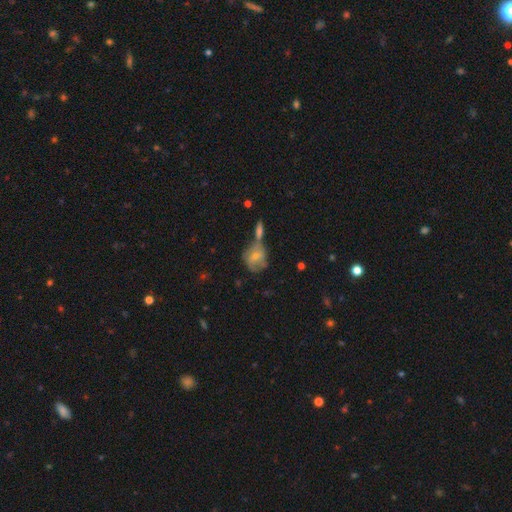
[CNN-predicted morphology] This appears to be a smooth galaxy with no disk features (58%) that is round (65%). Merging: none (38%).